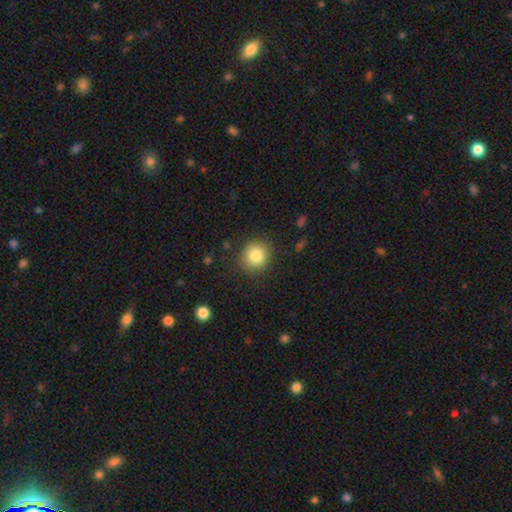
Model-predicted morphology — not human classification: smooth_or_featured: smooth (p=0.84) [alt: star or artifact p=0.10]
how_rounded: round (p=0.88) [alt: in between p=0.11]
merging: none (p=0.88) [alt: minor disturbance p=0.08]